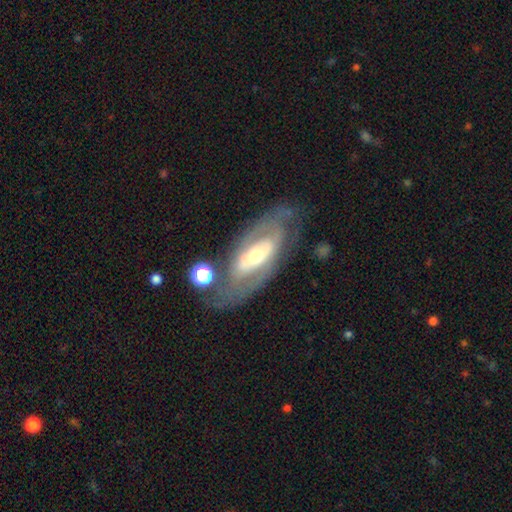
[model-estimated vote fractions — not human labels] featured or disk 74%, smooth 20%, star or artifact 6%. Down the decision tree: edge-on disk — no (89%); bar — no (53%); spiral arms — yes (57%); bulge size — moderate (60%); merging — none (67%).